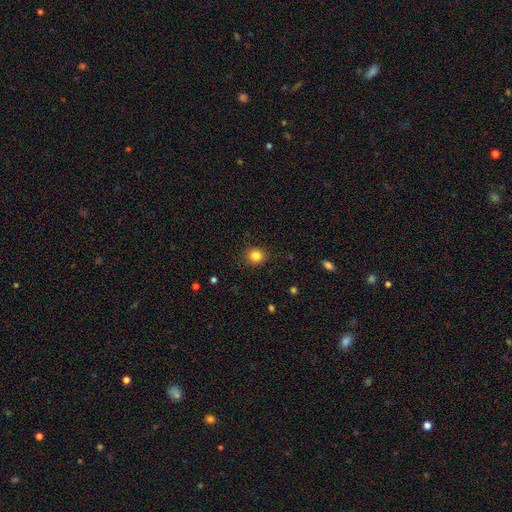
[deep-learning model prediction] Smooth or featured? smooth (84%)
How rounded? round (85%)
Merging? none (90%)